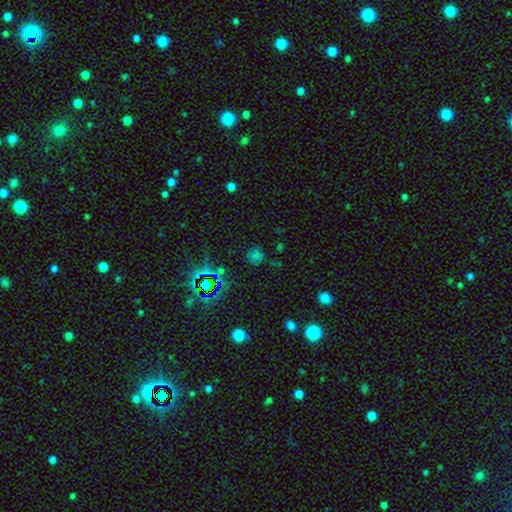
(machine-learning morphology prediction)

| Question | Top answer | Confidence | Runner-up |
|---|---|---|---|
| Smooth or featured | smooth | 51% | star or artifact (40%) |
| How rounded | round | 84% | in between (15%) |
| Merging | none | 72% | minor disturbance (15%) |